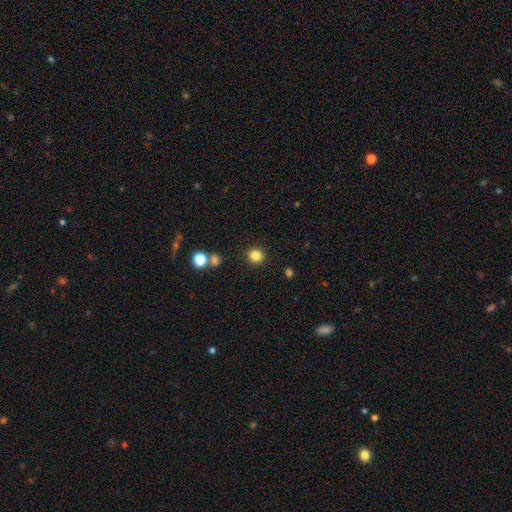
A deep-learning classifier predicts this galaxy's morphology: This appears to be a smooth galaxy with no disk features (83%) that is round (90%). Merging: none (90%).